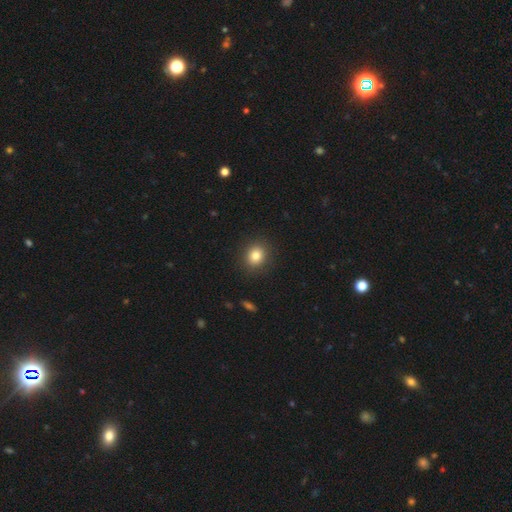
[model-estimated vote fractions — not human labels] A smooth galaxy with no disk features (83%) that is round (68%).

Vote fractions:
- Smooth or featured? smooth: 83% / star or artifact: 11% / featured or disk: 7%
- How rounded? round: 68% / in between: 31% / cigar-shaped: 1%
- Merging? none: 89% / minor disturbance: 7% / major disturbance: 2% / merger: 1%